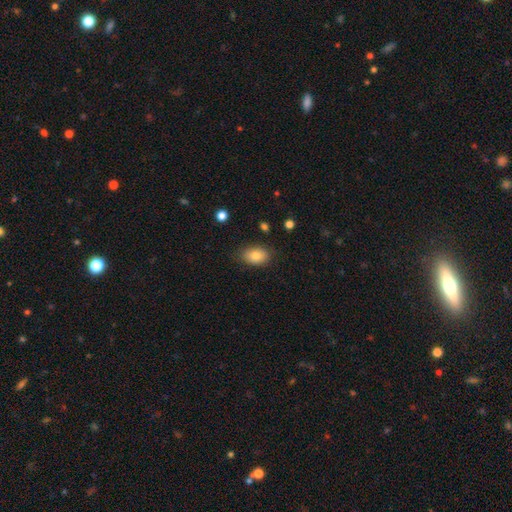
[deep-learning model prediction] Q: Smooth or featured?
A: smooth (81%); runner-up: featured or disk (11%)
Q: How rounded?
A: in between (85%); runner-up: round (13%)
Q: Merging?
A: none (82%); runner-up: minor disturbance (14%)